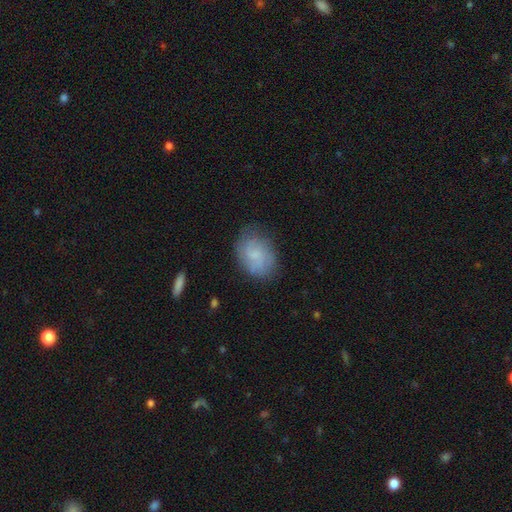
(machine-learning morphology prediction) smooth 56%, featured or disk 36%, star or artifact 9%. Down the decision tree: how rounded — in between (69%); merging — none (69%).